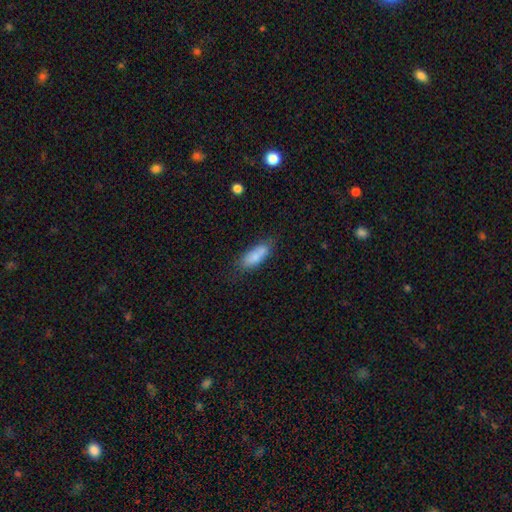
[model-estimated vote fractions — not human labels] Smooth or featured? Predicted: smooth (p=0.81). How rounded? Predicted: in between (p=0.74). Merging? Predicted: none (p=0.66).